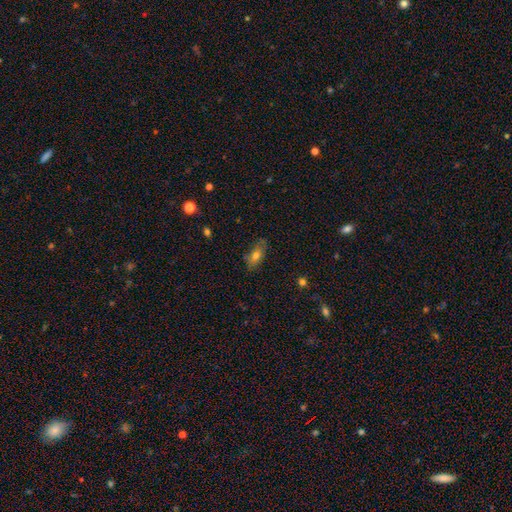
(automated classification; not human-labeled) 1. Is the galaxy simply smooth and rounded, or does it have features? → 72% smooth, 19% featured or disk, 9% star or artifact.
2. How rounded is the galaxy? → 83% in between, 10% cigar-shaped, 6% round.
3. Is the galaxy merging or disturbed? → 76% none, 18% minor disturbance, 4% major disturbance, 2% merger.